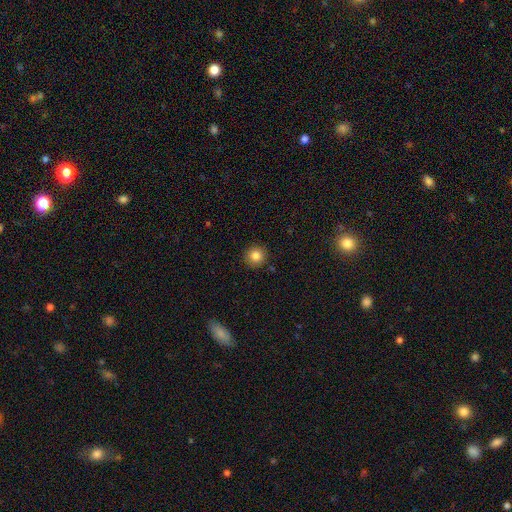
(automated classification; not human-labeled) Q: Smooth or featured?
A: smooth (84%); runner-up: star or artifact (11%)
Q: How rounded?
A: round (94%); runner-up: in between (5%)
Q: Merging?
A: none (91%); runner-up: minor disturbance (6%)